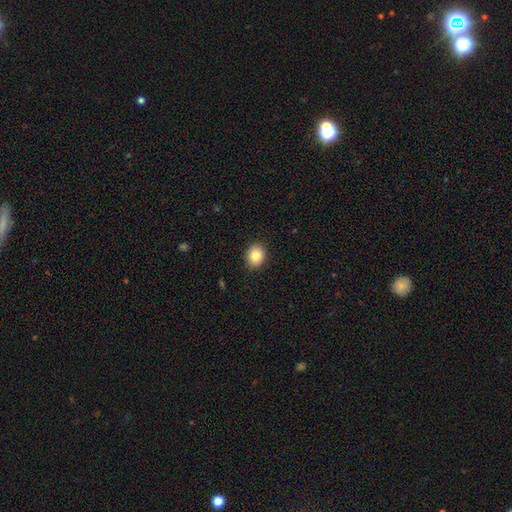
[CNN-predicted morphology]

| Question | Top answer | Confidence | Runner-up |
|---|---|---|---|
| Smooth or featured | smooth | 85% | star or artifact (9%) |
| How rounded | round | 63% | in between (36%) |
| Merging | none | 90% | minor disturbance (8%) |